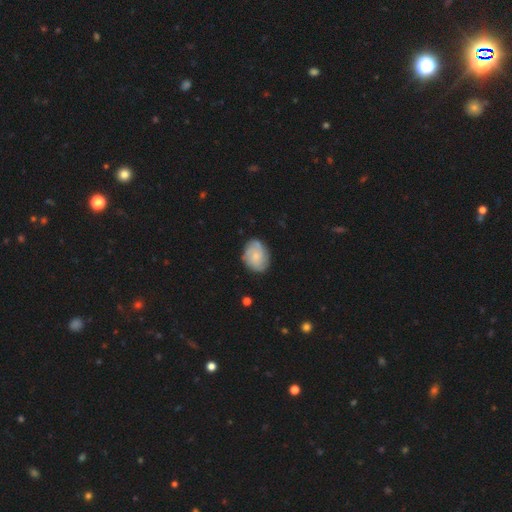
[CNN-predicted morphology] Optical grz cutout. It shows a featured or disk galaxy (58%) with no bar (75%), tight (52%) spiral arms (91%) and a small central bulge (53%). Merging: none (77%).